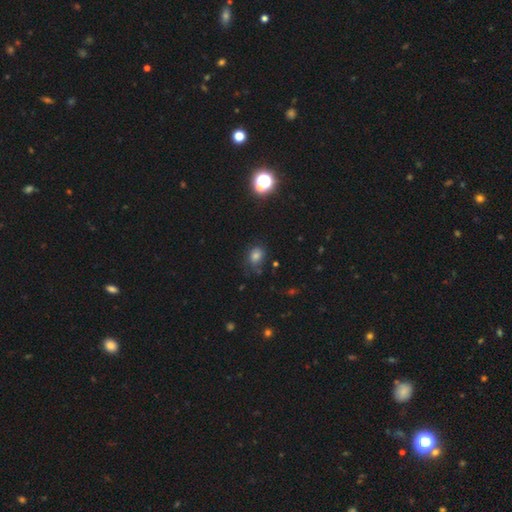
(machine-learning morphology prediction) A smooth galaxy with no disk features (68%) that is in between round and cigar-shaped (56%).

Vote fractions:
- Smooth or featured? smooth: 68% / star or artifact: 21% / featured or disk: 11%
- How rounded? in between: 56% / round: 43% / cigar-shaped: 1%
- Merging? none: 65% / minor disturbance: 23% / major disturbance: 9% / merger: 3%